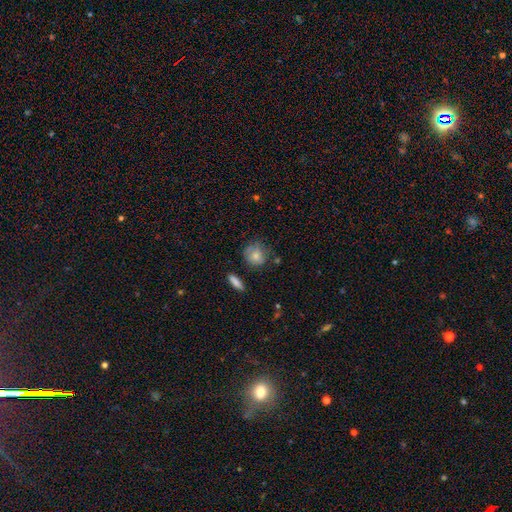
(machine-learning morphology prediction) A smooth galaxy with no disk features (72%) that is round (77%). Merging: none (62%).